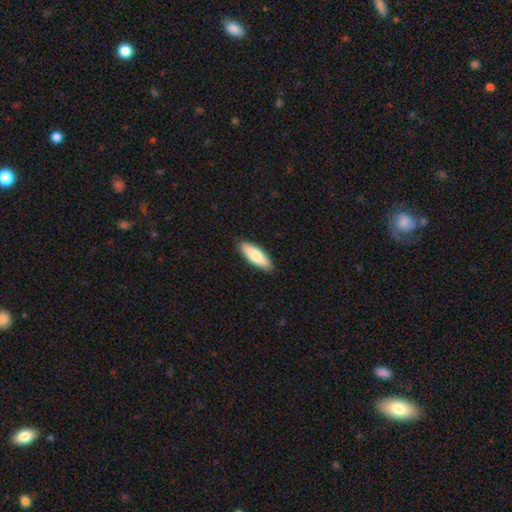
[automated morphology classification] type=smooth (79%); roundness=in between (59%); merging=none (89%).